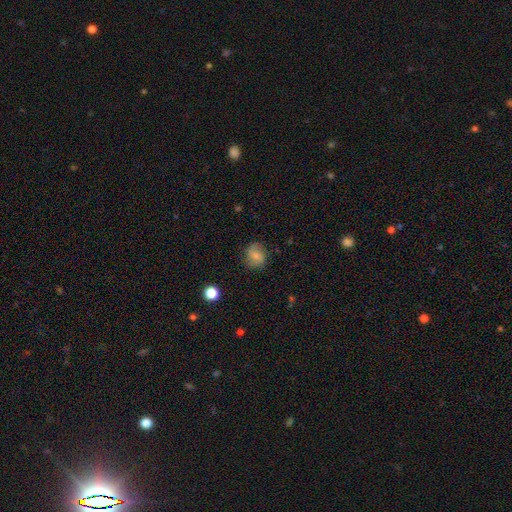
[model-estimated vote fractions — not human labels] Smooth or featured? smooth (68%)
How rounded? round (71%)
Merging? none (81%)